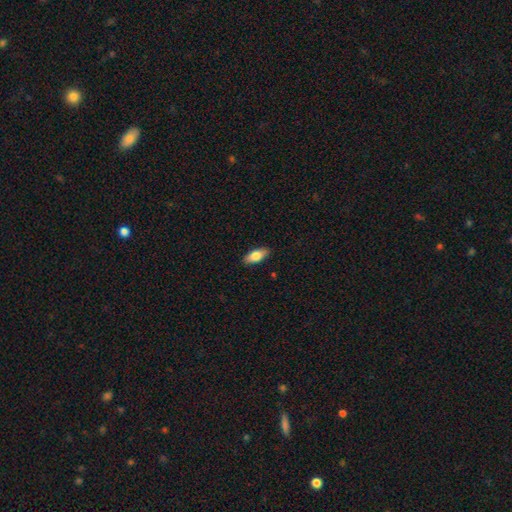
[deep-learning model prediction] Smooth or featured: smooth — 79% (featured or disk — 15%)
How rounded: in between — 84% (cigar-shaped — 13%)
Merging: none — 88% (minor disturbance — 9%)